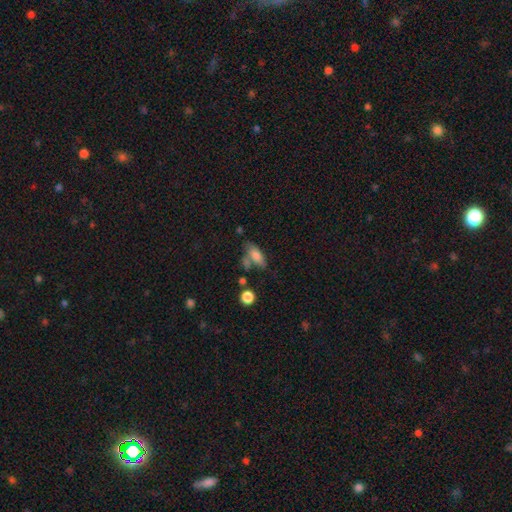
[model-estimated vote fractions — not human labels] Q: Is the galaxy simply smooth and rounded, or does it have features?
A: smooth — 74%.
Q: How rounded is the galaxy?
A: in between — 75%.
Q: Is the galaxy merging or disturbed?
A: none — 47%.